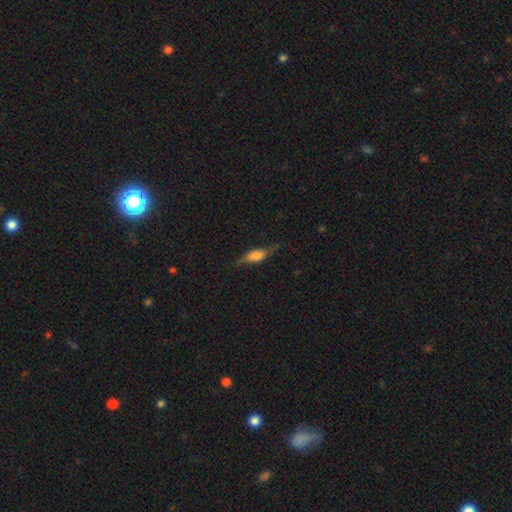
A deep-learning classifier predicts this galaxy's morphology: The model was most divided on "smooth or featured": smooth: 50%, featured or disk: 41%, star or artifact: 9%. More confident: merging — none (63%).